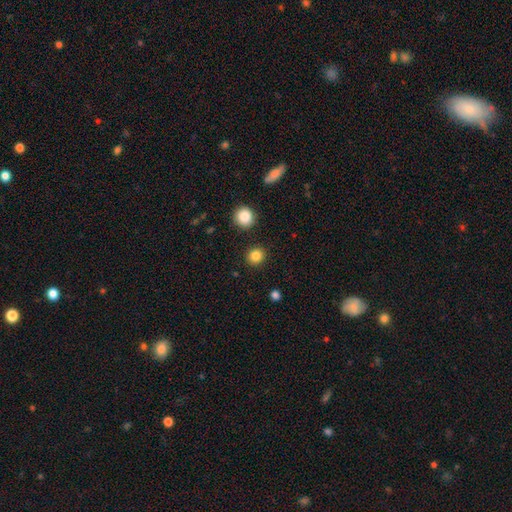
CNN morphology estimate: Q: Smooth or featured?
A: smooth (85%); runner-up: star or artifact (11%)
Q: How rounded?
A: round (89%); runner-up: in between (10%)
Q: Merging?
A: none (91%); runner-up: minor disturbance (5%)